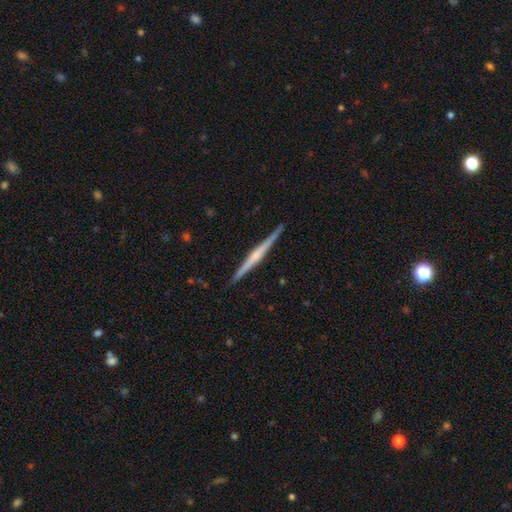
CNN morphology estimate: type=featured or disk (77%); edge-on=yes (99%); edge-on bulge=rounded (61%); merging=none (91%).